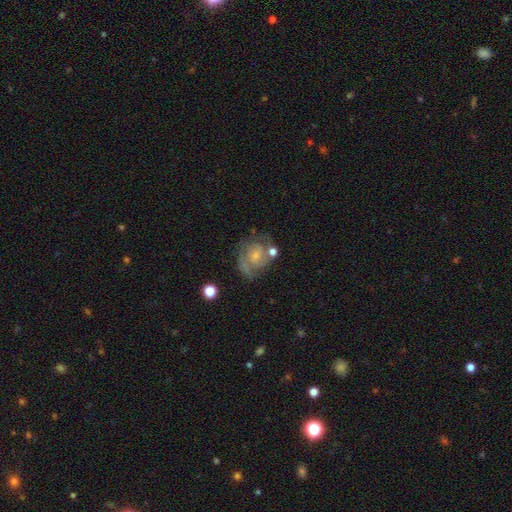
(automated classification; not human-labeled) This is likely a featured or disk galaxy (72%). It is clearly not viewed edge-on (98%). Bar: likely no (67%). Spiral arm pattern: clearly yes (89%). Spiral arm count: possibly 2 (55%). Spiral winding: possibly tight (45%). Central bulge: likely small (64%). Merging: possibly none (55%).